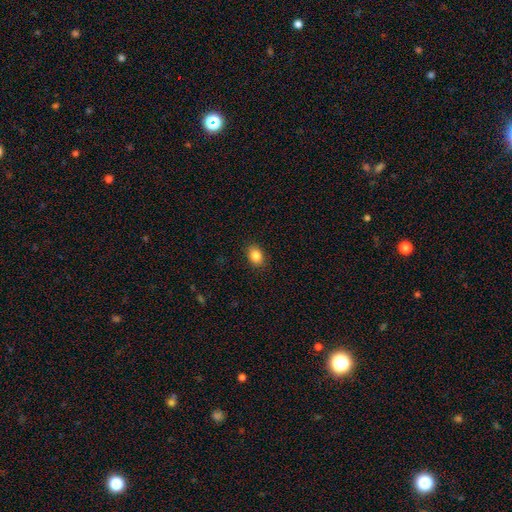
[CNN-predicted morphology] Smooth or featured? Predicted: smooth (p=0.86). How rounded? Predicted: in between (p=0.73). Merging? Predicted: none (p=0.89).